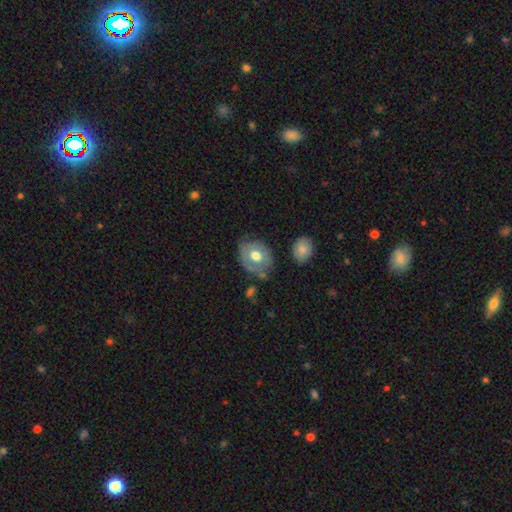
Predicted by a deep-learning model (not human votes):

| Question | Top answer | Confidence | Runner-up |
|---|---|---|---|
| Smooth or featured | smooth | 53% | featured or disk (40%) |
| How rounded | round | 50% | in between (49%) |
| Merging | none | 63% | minor disturbance (24%) |